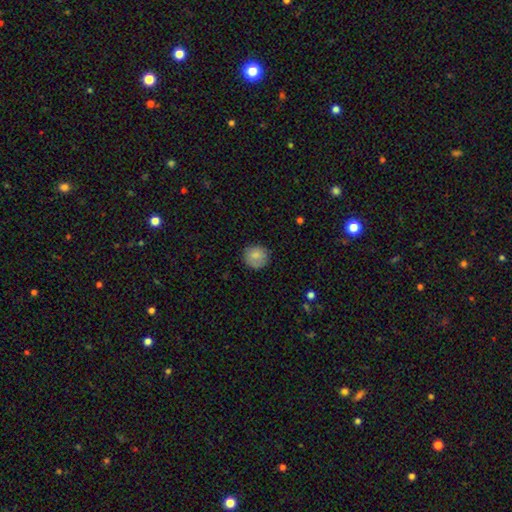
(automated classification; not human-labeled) smooth-or-featured: smooth: 85% | star or artifact: 8% | featured or disk: 7%
  how-rounded: round: 90% | in between: 9% | cigar-shaped: 1%
  merging: none: 83% | minor disturbance: 13% | major disturbance: 3% | merger: 1%